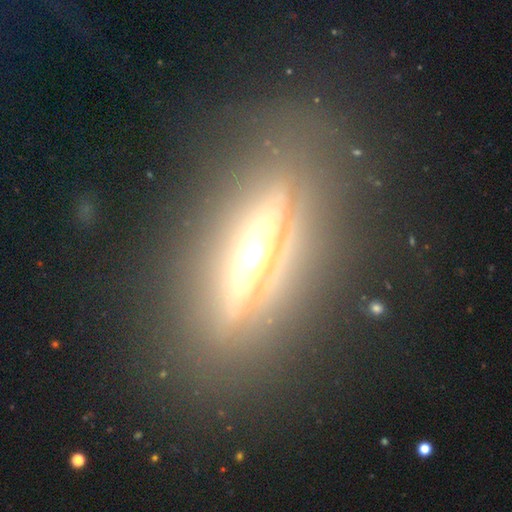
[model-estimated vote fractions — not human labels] Smooth or featured? Predicted: featured or disk (p=0.74). Edge-on disk? Predicted: yes (p=0.89). Edge-on bulge? Predicted: rounded (p=0.88). Merging? Predicted: none (p=0.79).